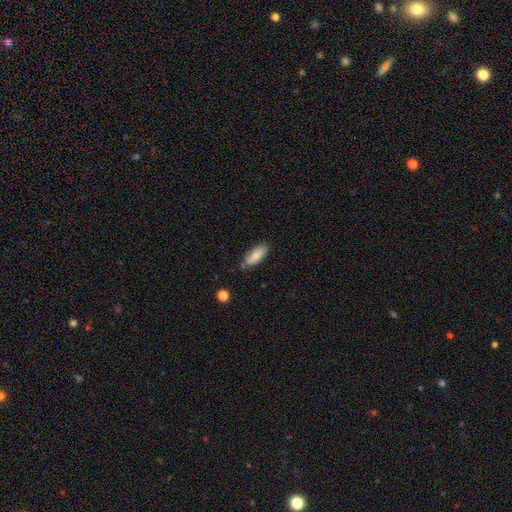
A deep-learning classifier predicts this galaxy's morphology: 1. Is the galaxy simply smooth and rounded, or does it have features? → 82% smooth, 12% featured or disk, 7% star or artifact.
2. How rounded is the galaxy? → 78% in between, 20% cigar-shaped, 2% round.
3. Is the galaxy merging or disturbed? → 71% none, 22% minor disturbance, 4% merger, 3% major disturbance.